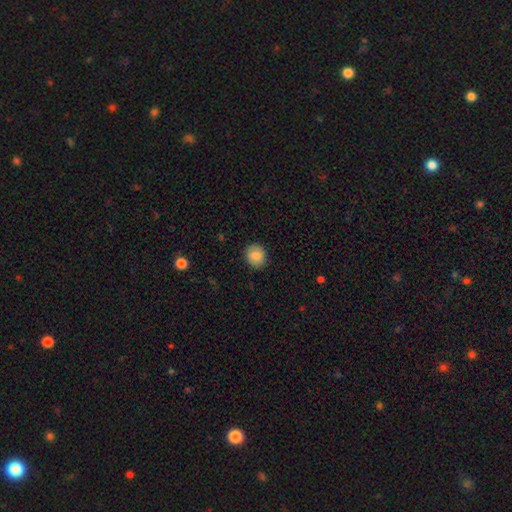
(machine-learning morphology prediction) The model was most divided on "how rounded": round: 77%, in between: 22%, cigar-shaped: 1%. More confident: merging — none (89%); smooth or featured — smooth (85%).